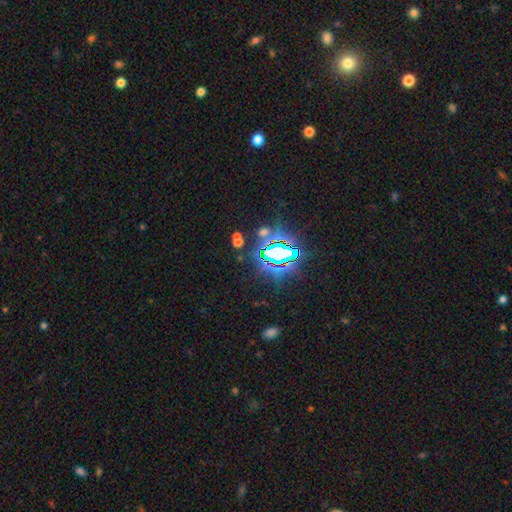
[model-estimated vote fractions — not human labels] Smooth or featured? Predicted: star or artifact (p=0.76).